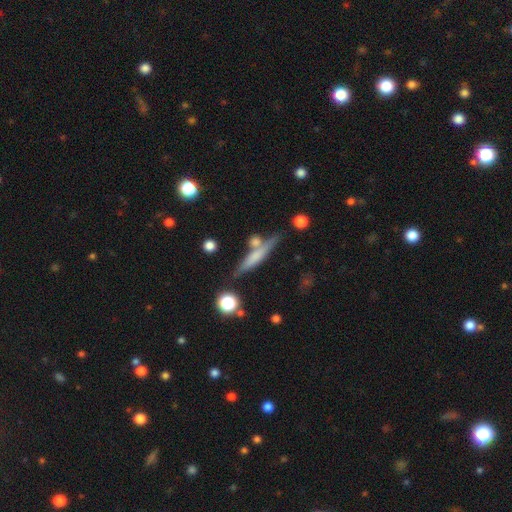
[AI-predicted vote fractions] smooth-or-featured: smooth: 49% | featured or disk: 43% | star or artifact: 8%
  merging: none: 69% | merger: 15% | minor disturbance: 12% | major disturbance: 4%